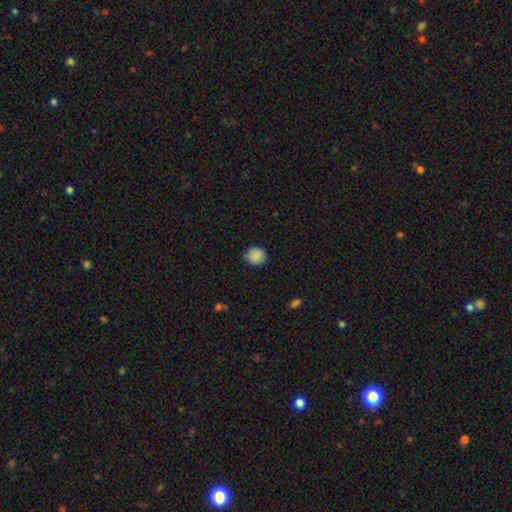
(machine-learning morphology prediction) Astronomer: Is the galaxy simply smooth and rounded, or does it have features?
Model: smooth — 87%.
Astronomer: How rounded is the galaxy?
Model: round — 86%.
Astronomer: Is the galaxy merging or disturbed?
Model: none — 77%.